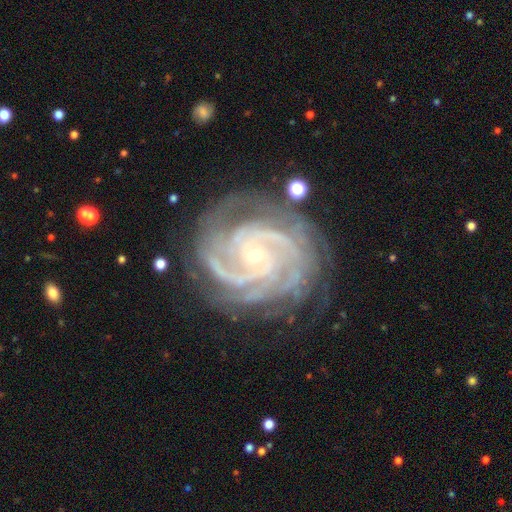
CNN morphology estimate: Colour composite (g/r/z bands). It shows a featured or disk galaxy (92%) with no bar (66%), 3 (29%) tight (73%) spiral arms (99%) and a small central bulge (82%). Merging: none (76%).